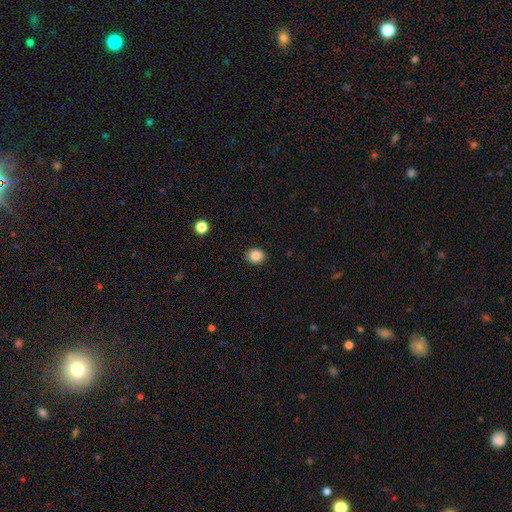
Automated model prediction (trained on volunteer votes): This is clearly a smooth galaxy (86%). How rounded: likely round (68%). Merging: clearly none (89%).